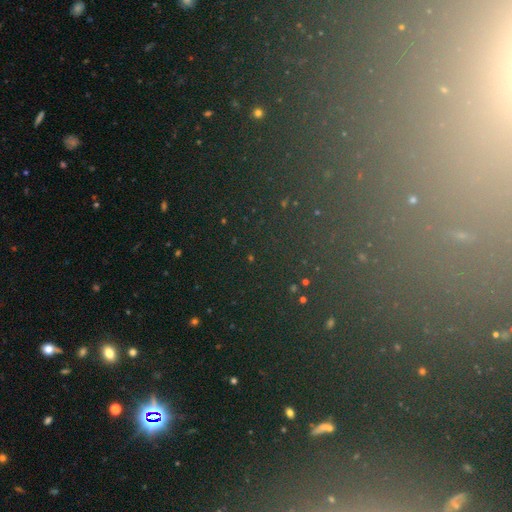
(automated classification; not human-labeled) Smooth or featured? Predicted: star or artifact (p=0.70).